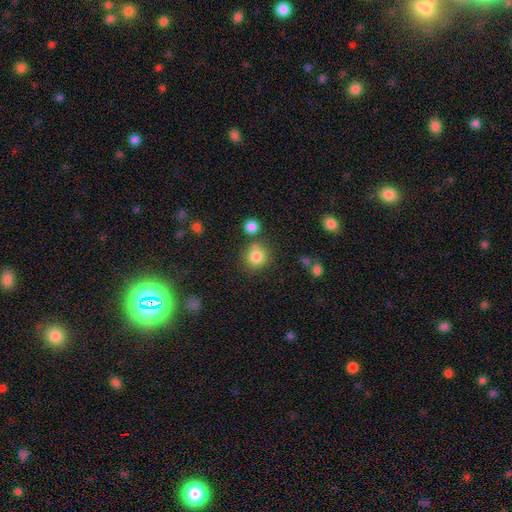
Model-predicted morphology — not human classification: This appears to be a smooth galaxy with no disk features (84%) that is round (87%). Merging: none (72%).